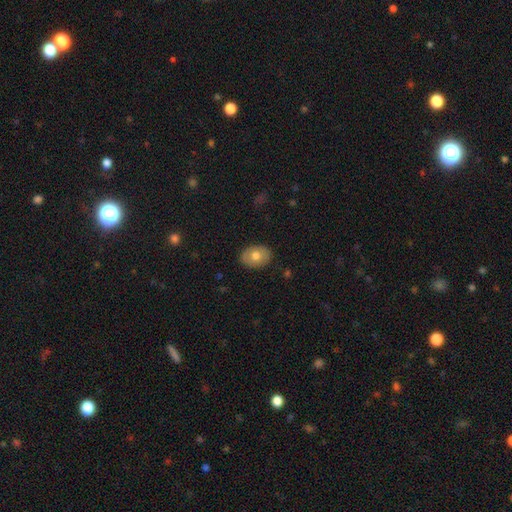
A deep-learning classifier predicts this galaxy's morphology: smooth 70%, featured or disk 23%, star or artifact 7%. Down the decision tree: how rounded — in between (72%); merging — none (86%).